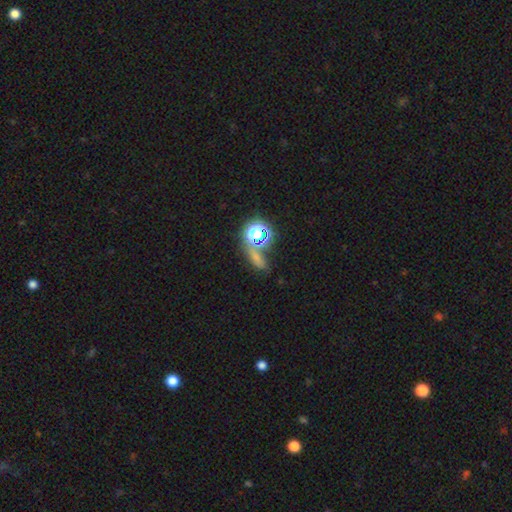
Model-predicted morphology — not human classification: The model was most divided on "smooth or featured": star or artifact: 50%, smooth: 36%, featured or disk: 14%.